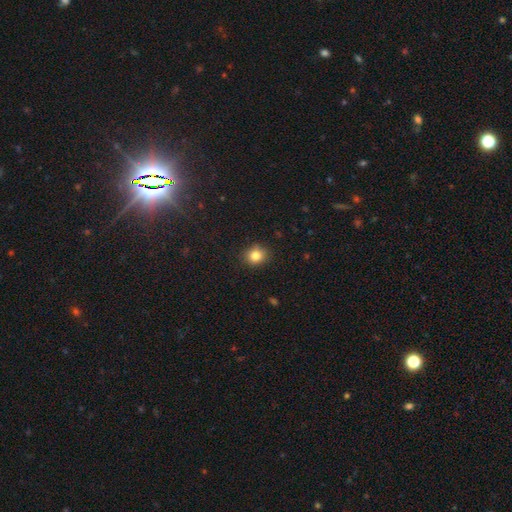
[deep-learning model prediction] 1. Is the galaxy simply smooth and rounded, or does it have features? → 83% smooth, 11% star or artifact, 6% featured or disk.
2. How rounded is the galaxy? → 73% round, 26% in between, 1% cigar-shaped.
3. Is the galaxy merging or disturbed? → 86% none, 10% minor disturbance, 2% major disturbance, 1% merger.